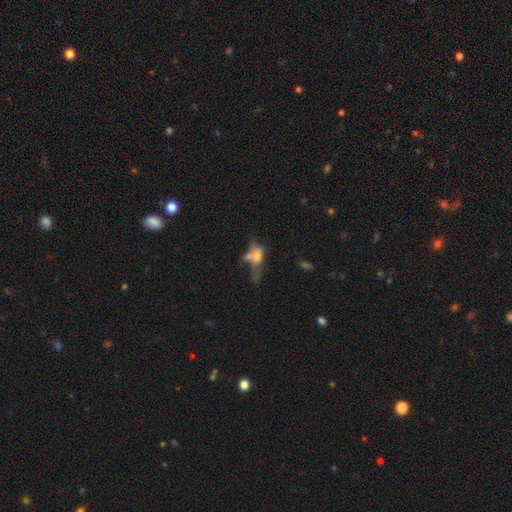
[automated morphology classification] Smooth or featured: smooth — 51% (featured or disk — 35%)
How rounded: in between — 72% (cigar-shaped — 19%)
Merging: major disturbance — 33% (tied with merger — 33%)